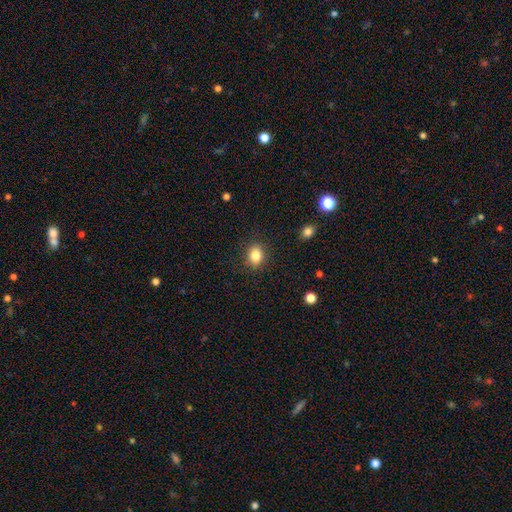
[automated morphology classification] This appears to be a smooth galaxy with no disk features (84%) that is in between round and cigar-shaped (62%). Merging: none (87%).